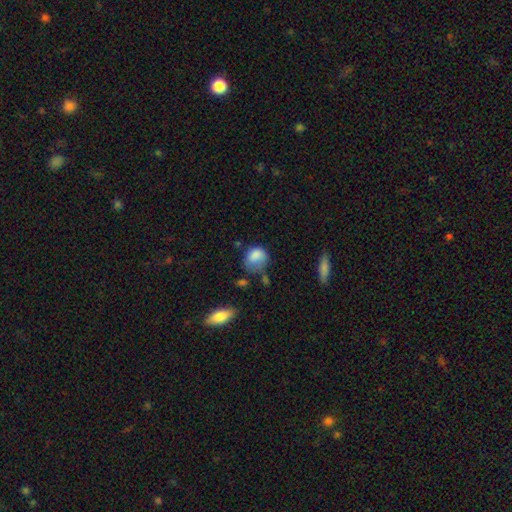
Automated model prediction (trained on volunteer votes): This appears to be a smooth galaxy with no disk features (81%) that is round (55%). Merging: none (41%).